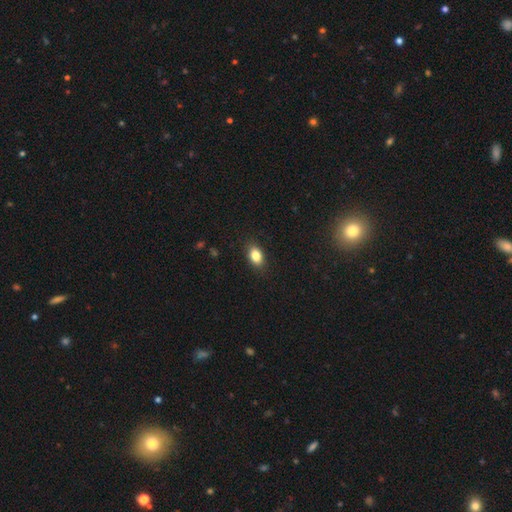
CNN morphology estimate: Overall: smooth (84%). How rounded: in between (86%). Merging: none (87%).